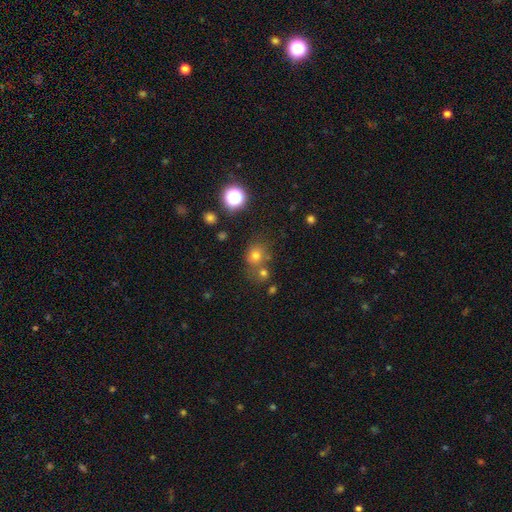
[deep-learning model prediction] smooth_or_featured: smooth (p=0.68) [alt: star or artifact p=0.22]
how_rounded: round (p=0.76) [alt: in between p=0.23]
merging: none (p=0.62) [alt: merger p=0.21]